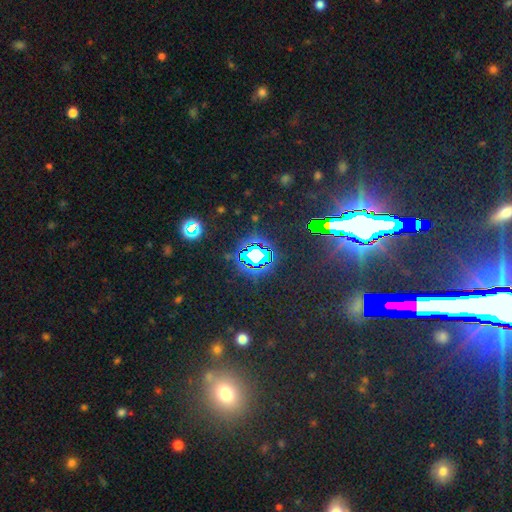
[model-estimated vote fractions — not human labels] Smooth or featured?
  - star or artifact: 76% *
  - smooth: 14%
  - featured or disk: 10%